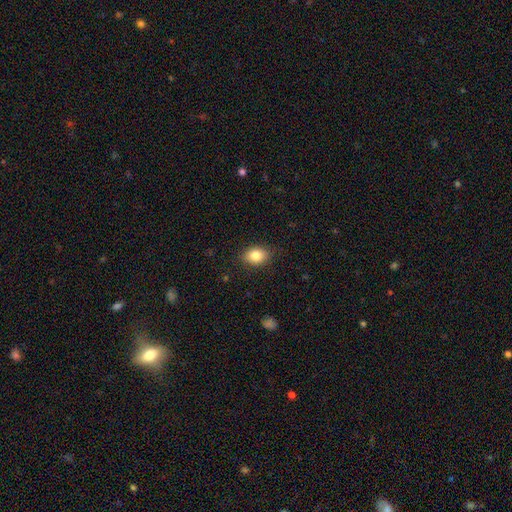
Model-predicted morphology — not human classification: A smooth galaxy with no disk features (83%) that is in between round and cigar-shaped (69%). Merging: none (86%).